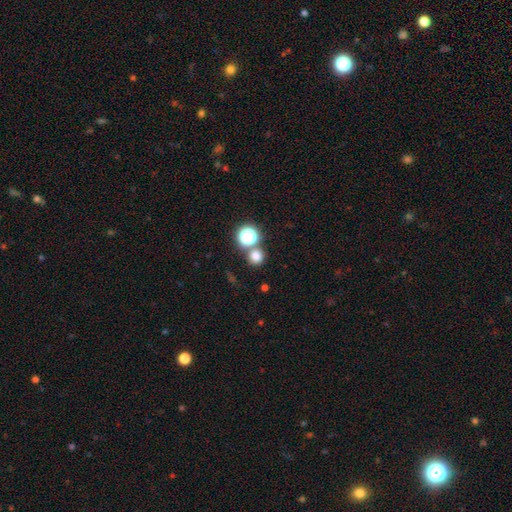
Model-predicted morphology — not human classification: This is likely a smooth galaxy (74%). How rounded: clearly round (91%). Merging: likely none (72%).